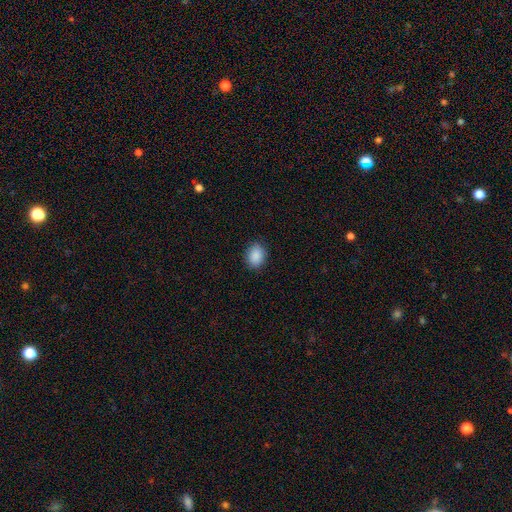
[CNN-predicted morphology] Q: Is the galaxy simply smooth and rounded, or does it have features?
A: smooth — 89%.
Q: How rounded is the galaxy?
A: in between — 68%.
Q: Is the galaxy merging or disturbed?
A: none — 88%.